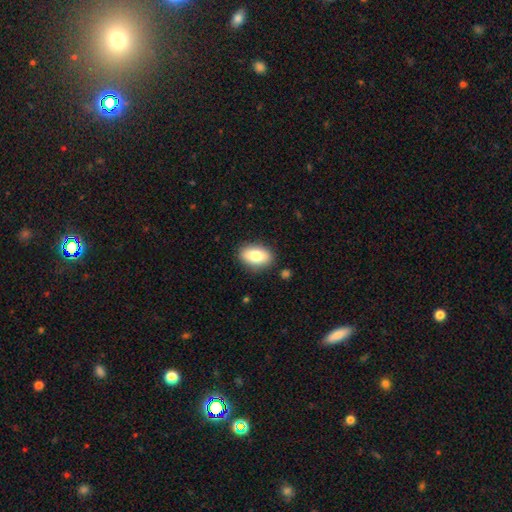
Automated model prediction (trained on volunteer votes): A smooth galaxy with no disk features (80%) that is in between round and cigar-shaped (89%).

Vote fractions:
- Smooth or featured? smooth: 80% / featured or disk: 13% / star or artifact: 7%
- How rounded? in between: 89% / round: 9% / cigar-shaped: 2%
- Merging? none: 86% / minor disturbance: 10% / major disturbance: 2% / merger: 2%